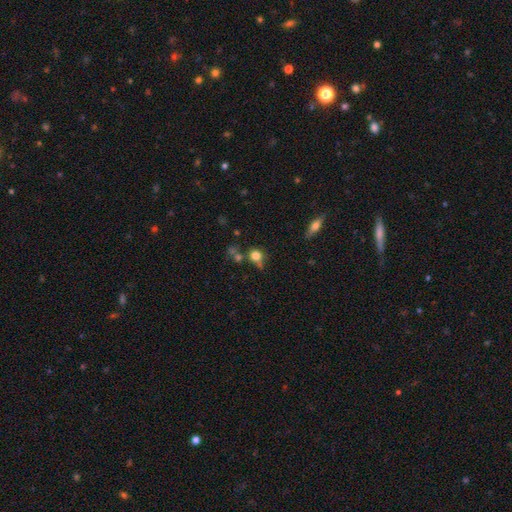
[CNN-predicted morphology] Q: Smooth or featured?
A: smooth (73%); runner-up: star or artifact (14%)
Q: How rounded?
A: round (80%); runner-up: in between (18%)
Q: Merging?
A: none (51%); runner-up: minor disturbance (19%)